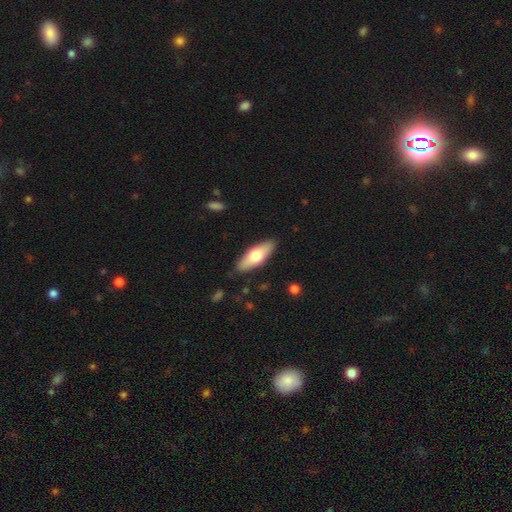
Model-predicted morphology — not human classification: Smooth or featured: smooth — 61% (featured or disk — 34%)
How rounded: in between — 62% (cigar-shaped — 35%)
Merging: none — 88% (minor disturbance — 9%)